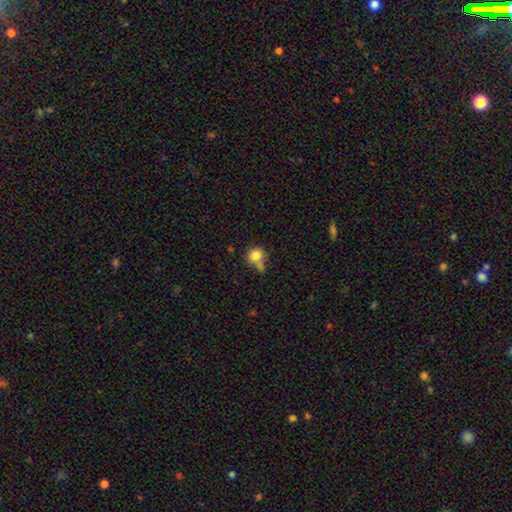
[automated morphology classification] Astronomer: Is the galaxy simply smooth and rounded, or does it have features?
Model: smooth — 82%.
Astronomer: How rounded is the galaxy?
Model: round — 88%.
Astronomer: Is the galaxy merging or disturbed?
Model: none — 52% (runner-up: merger, 27%).